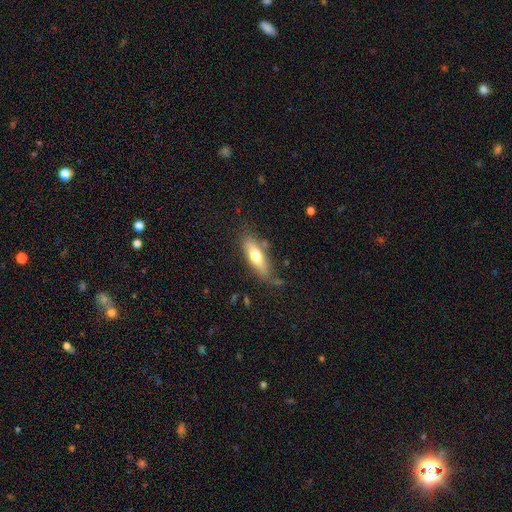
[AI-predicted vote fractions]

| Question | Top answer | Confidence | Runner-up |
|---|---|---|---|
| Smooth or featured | smooth | 66% | featured or disk (28%) |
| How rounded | in between | 50% | cigar-shaped (48%) |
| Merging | none | 68% | minor disturbance (20%) |